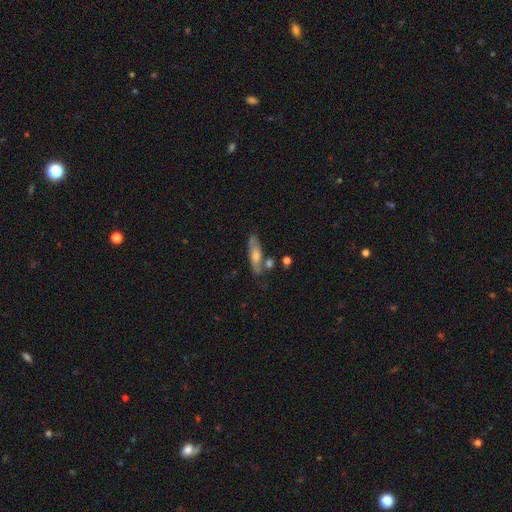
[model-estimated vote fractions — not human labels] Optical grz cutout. It shows a featured or disk galaxy (49%). Merging: none (65%).